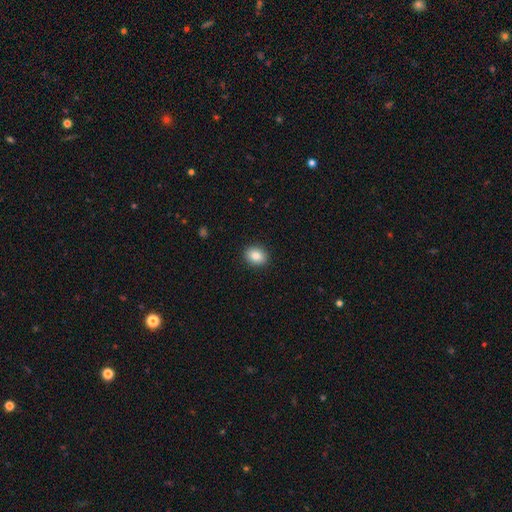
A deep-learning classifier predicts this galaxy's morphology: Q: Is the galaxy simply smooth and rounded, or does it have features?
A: smooth — 86%.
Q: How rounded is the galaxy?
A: in between — 50%.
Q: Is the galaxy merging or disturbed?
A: none — 91%.